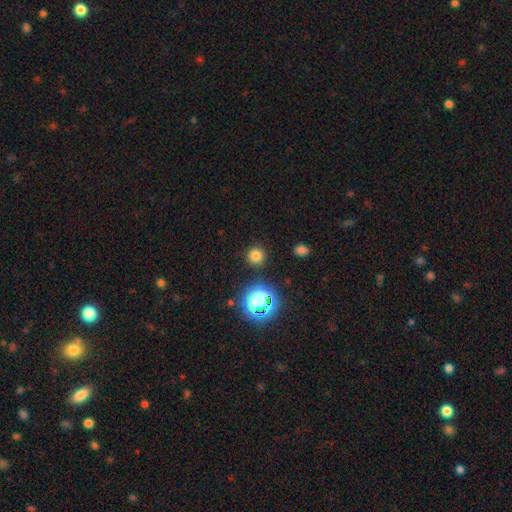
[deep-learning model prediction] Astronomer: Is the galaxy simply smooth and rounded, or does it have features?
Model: smooth — 74%.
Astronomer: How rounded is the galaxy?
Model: round — 95%.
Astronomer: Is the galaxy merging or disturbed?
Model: none — 89%.